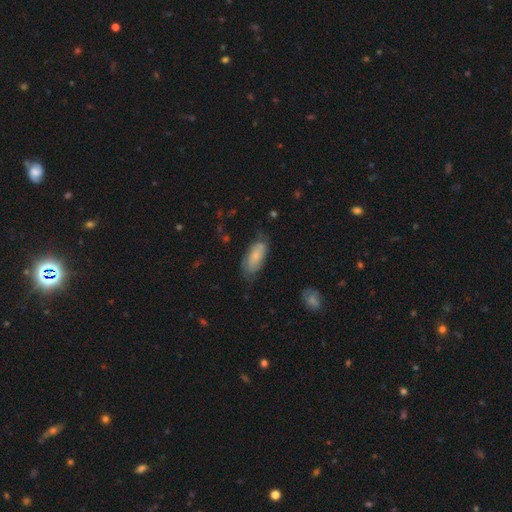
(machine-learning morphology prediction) smooth_or_featured: smooth (p=0.67) [alt: featured or disk p=0.27]
how_rounded: in between (p=0.85) [alt: cigar-shaped p=0.13]
merging: none (p=0.59) [alt: minor disturbance p=0.29]